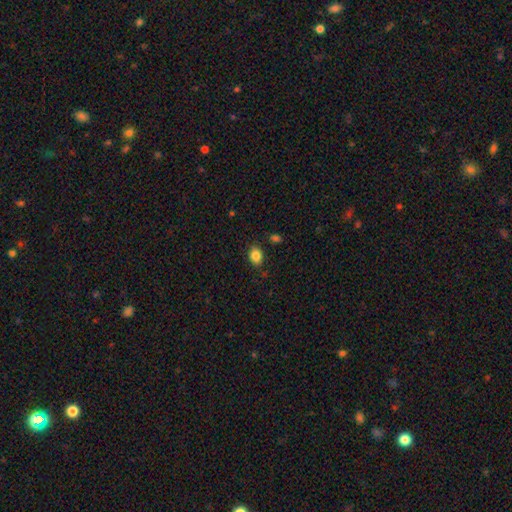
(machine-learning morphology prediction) This appears to be a smooth galaxy with no disk features (85%) that is in between round and cigar-shaped (75%). Merging: none (84%).